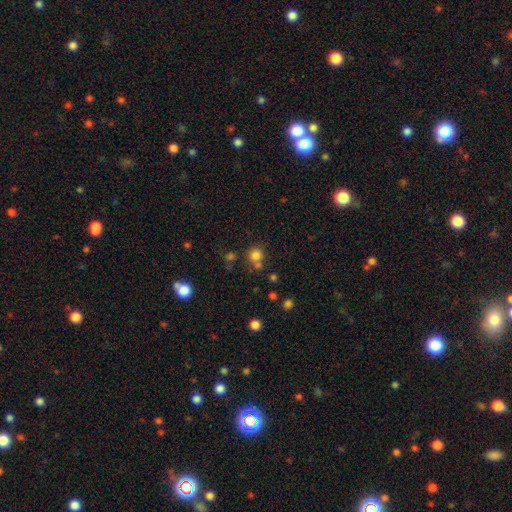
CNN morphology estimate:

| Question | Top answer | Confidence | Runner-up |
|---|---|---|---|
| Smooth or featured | smooth | 78% | star or artifact (15%) |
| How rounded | round | 87% | in between (12%) |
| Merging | none | 62% | merger (22%) |